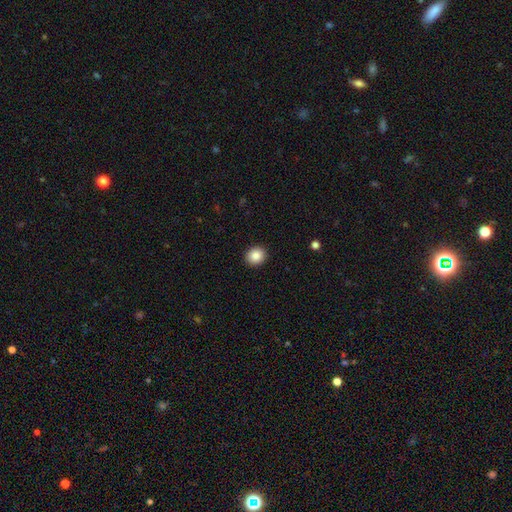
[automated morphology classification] Smooth or featured: smooth — 86% (star or artifact — 9%)
How rounded: round — 77% (in between — 22%)
Merging: none — 92% (minor disturbance — 5%)